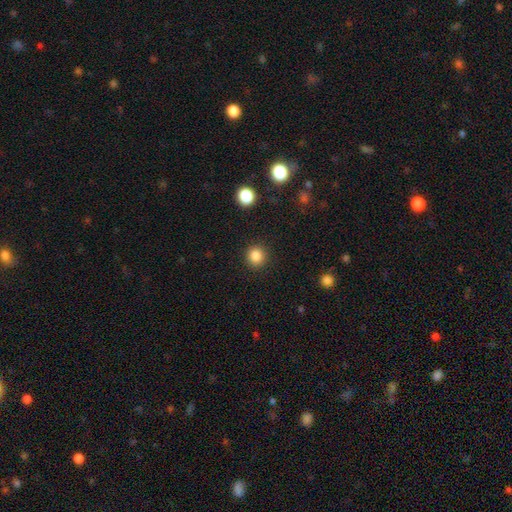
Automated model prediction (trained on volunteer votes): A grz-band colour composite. It shows a smooth galaxy with no disk features (85%) that is round (91%). Merging: none (91%).